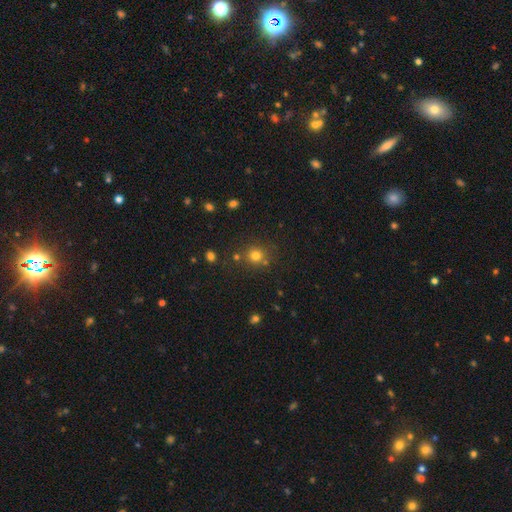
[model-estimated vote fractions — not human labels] smooth-or-featured: smooth: 75% | star or artifact: 17% | featured or disk: 7%
  how-rounded: round: 90% | in between: 9% | cigar-shaped: 1%
  merging: none: 76% | merger: 10% | minor disturbance: 9% | major disturbance: 4%